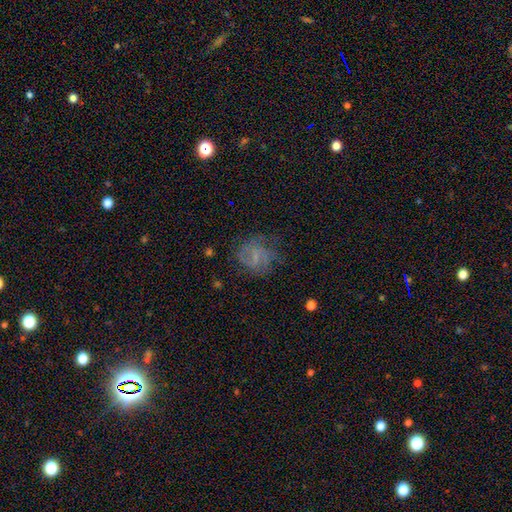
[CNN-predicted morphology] A featured or disk galaxy (56%) with no bar (48%), spiral arms (74%) and no central bulge (48%). Merging: none (58%).